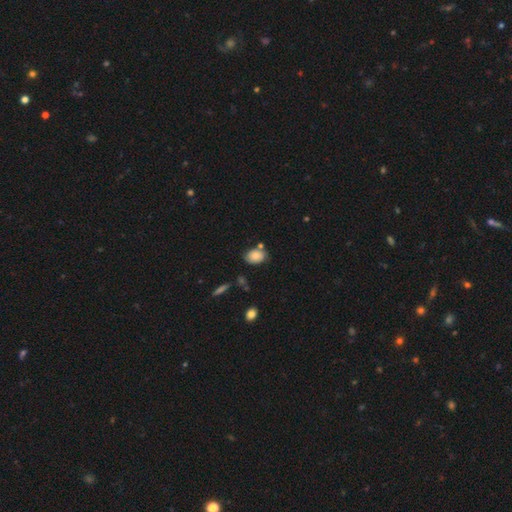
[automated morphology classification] A smooth galaxy with no disk features (84%) that is in between round and cigar-shaped (79%). Merging: none (70%).